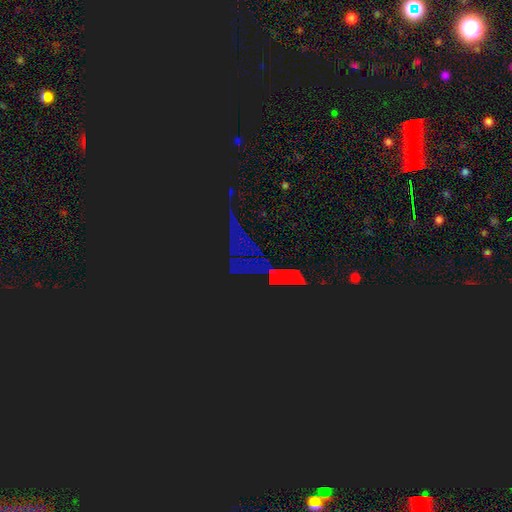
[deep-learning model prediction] smooth-or-featured: star or artifact: 74% | featured or disk: 13% | smooth: 13%